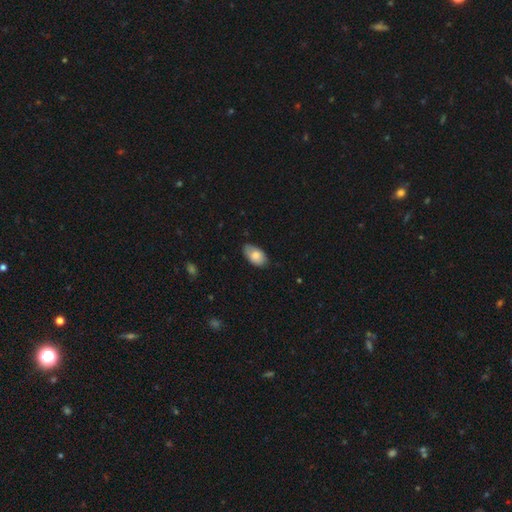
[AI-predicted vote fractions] Smooth or featured: smooth — 80% (featured or disk — 13%)
How rounded: in between — 94% (round — 5%)
Merging: none — 77% (minor disturbance — 19%)